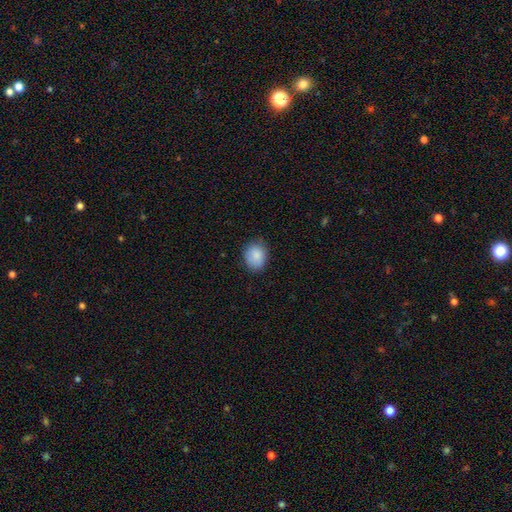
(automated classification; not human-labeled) A smooth galaxy with no disk features (87%) that is in between round and cigar-shaped (50%). Merging: none (76%).